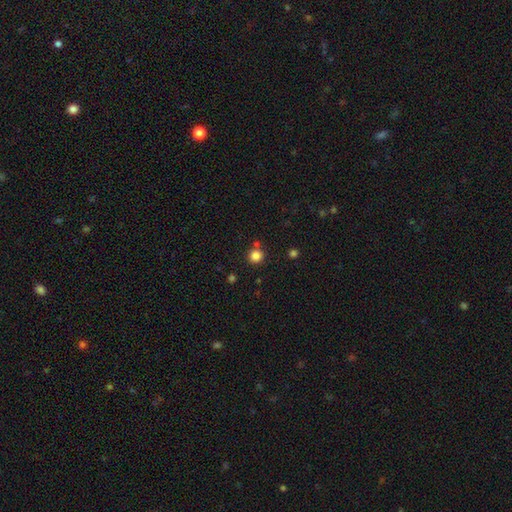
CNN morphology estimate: This appears to be a smooth galaxy with no disk features (84%) that is round (92%). Merging: none (80%).